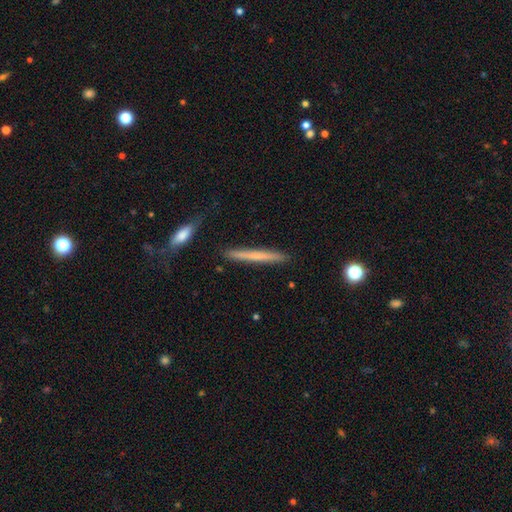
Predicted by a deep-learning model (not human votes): A smooth galaxy with no disk features (55%) that is cigar-shaped (96%). Merging: none (87%).